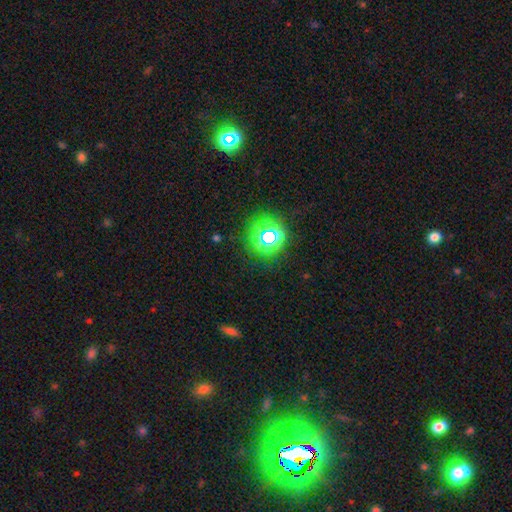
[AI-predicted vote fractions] smooth_or_featured: star or artifact (p=0.64) [alt: smooth p=0.29]